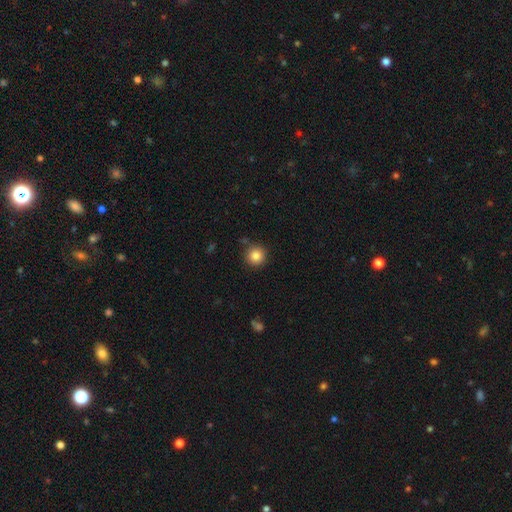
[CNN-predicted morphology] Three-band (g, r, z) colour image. It shows a smooth galaxy with no disk features (86%) that is round (95%). Merging: none (87%).